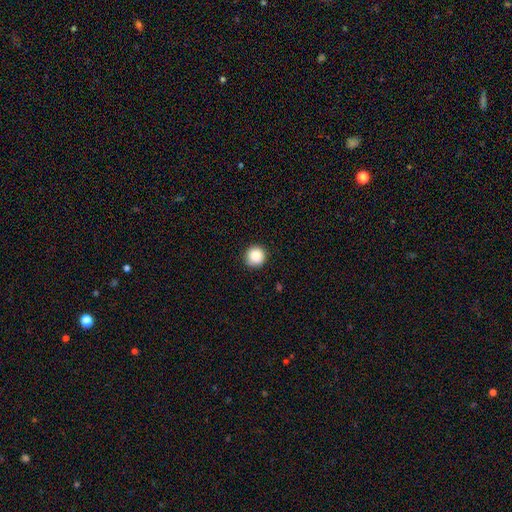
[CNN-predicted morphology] Smooth or featured? Predicted: smooth (p=0.87). How rounded? Predicted: round (p=0.95). Merging? Predicted: none (p=0.91).